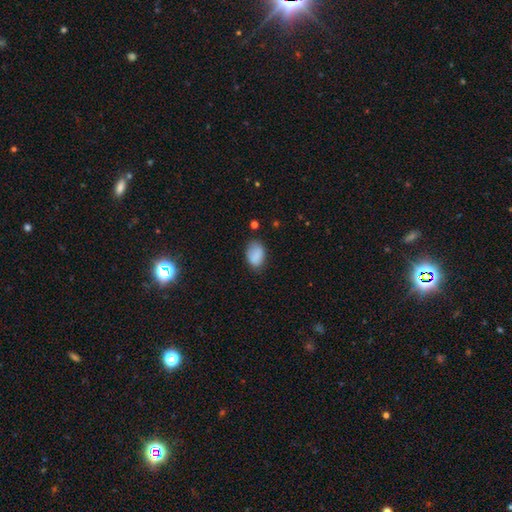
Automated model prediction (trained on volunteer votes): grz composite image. It shows a smooth galaxy with no disk features (85%) that is in between round and cigar-shaped (85%). Merging: none (69%).